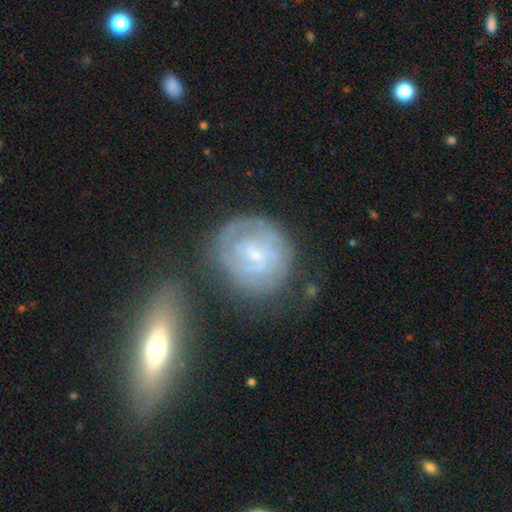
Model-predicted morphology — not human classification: Overall: featured or disk (71%). Edge-on disk: no (97%). Bar: weak (47%; no 44%). Spiral arms: yes (87%). Spiral arm count: can't tell (44%; 2 24%). Spiral winding: tight (68%). Bulge size: small (71%). Merging: none (63%).